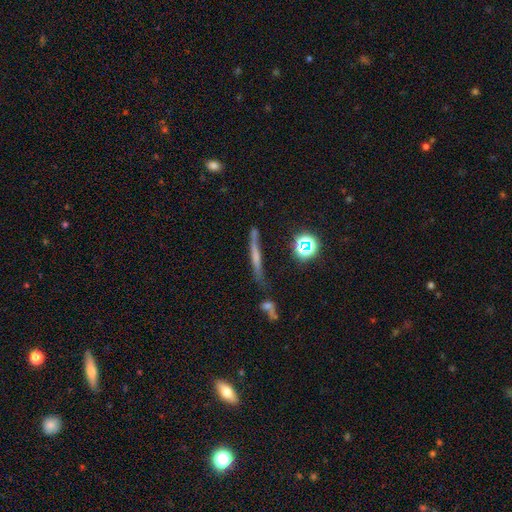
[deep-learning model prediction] The model was most divided on "smooth or featured": featured or disk: 44%, smooth: 37%, star or artifact: 19%. More confident: merging — none (68%).